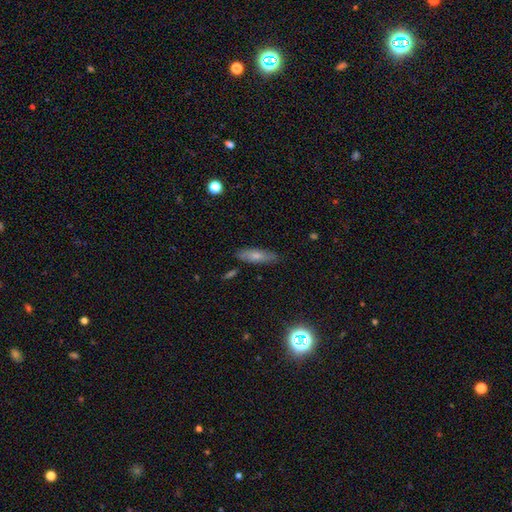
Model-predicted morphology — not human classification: smooth-or-featured: smooth: 67% | featured or disk: 26% | star or artifact: 7%
  how-rounded: cigar-shaped: 51% | in between: 46% | round: 3%
  merging: none: 84% | minor disturbance: 12% | merger: 2% | major disturbance: 2%